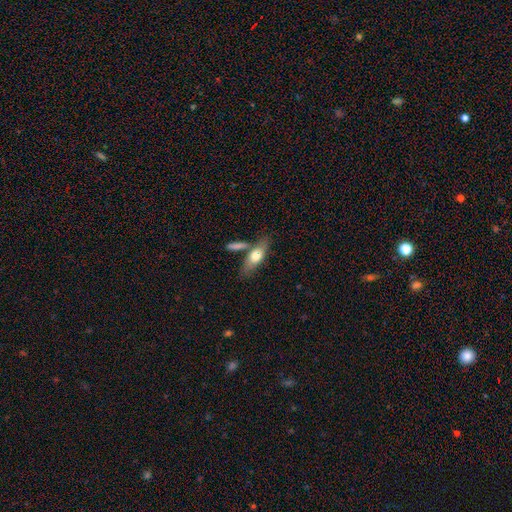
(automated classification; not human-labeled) This is likely a smooth galaxy (63%). How rounded: likely in between (65%). Merging: possibly none (56%).